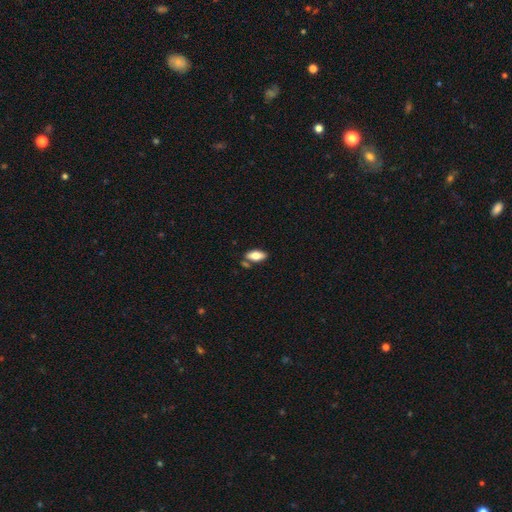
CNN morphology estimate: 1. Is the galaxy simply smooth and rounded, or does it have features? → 74% smooth, 19% featured or disk, 6% star or artifact.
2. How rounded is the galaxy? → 87% in between, 10% cigar-shaped, 3% round.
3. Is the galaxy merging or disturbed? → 73% none, 13% minor disturbance, 10% merger, 3% major disturbance.